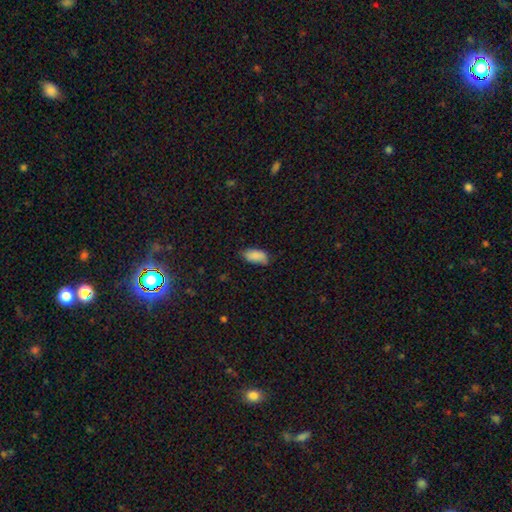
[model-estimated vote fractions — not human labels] Smooth or featured?
  - smooth: 87% *
  - star or artifact: 7%
  - featured or disk: 6%
How rounded?
  - in between: 91% *
  - cigar-shaped: 6%
  - round: 2%
Merging?
  - none: 68% *
  - minor disturbance: 26%
  - major disturbance: 4%
  - merger: 2%